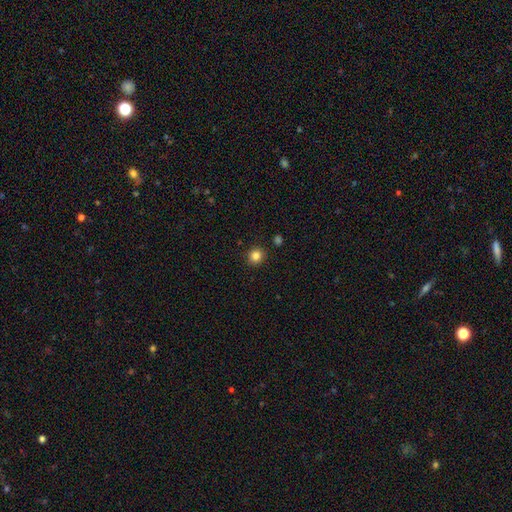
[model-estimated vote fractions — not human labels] A smooth galaxy with no disk features (84%) that is round (86%).

Vote fractions:
- Smooth or featured? smooth: 84% / star or artifact: 11% / featured or disk: 4%
- How rounded? round: 86% / in between: 13% / cigar-shaped: 1%
- Merging? none: 90% / minor disturbance: 6% / merger: 2% / major disturbance: 2%